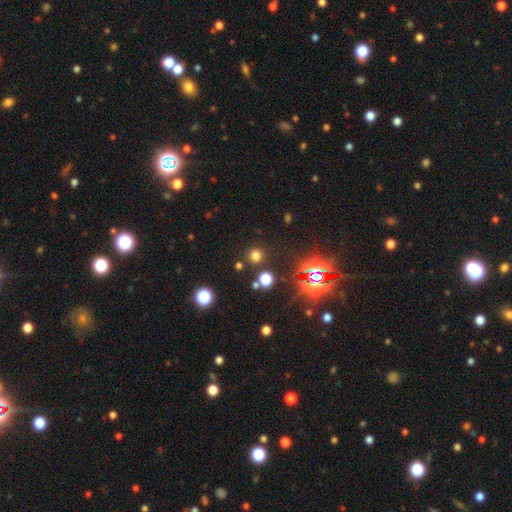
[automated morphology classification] Smooth or featured? Predicted: smooth (p=0.66). How rounded? Predicted: round (p=0.93). Merging? Predicted: none (p=0.86).